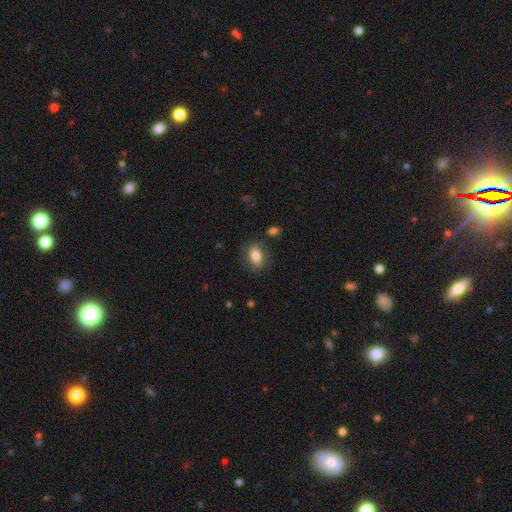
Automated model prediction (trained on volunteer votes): Smooth or featured? smooth (77%)
How rounded? in between (82%)
Merging? none (77%)